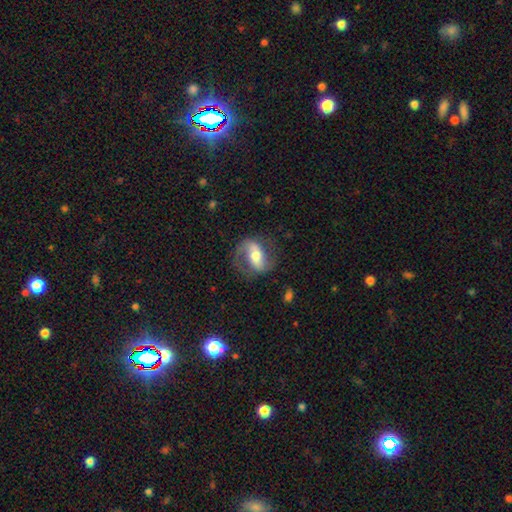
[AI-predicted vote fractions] A featured or disk galaxy (73%) with a strong bar (46%), 2 (85%) medium (43%) spiral arms (87%) and a moderate central bulge (65%). Merging: none (71%).